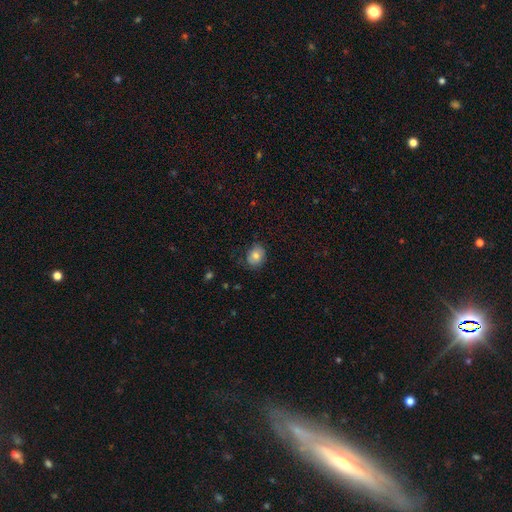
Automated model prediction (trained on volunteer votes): Overall: smooth (77%). How rounded: in between (54%; round 45%). Merging: none (71%).